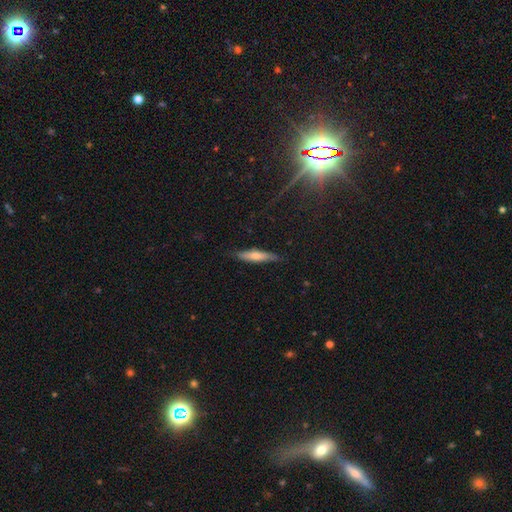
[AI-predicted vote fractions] Morphology: type=smooth (63%); roundness=cigar-shaped (81%); merging=none (82%).